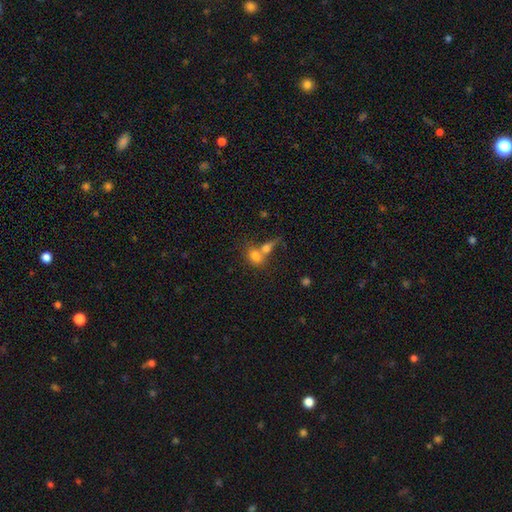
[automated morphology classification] Smooth or featured? Predicted: smooth (p=0.77). How rounded? Predicted: in between (p=0.61). Merging? Predicted: merger (p=0.59).